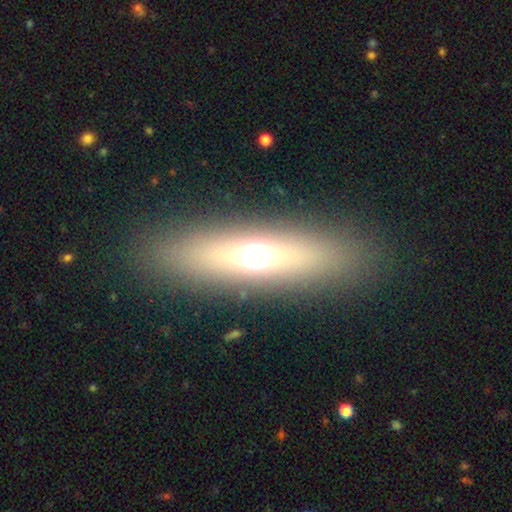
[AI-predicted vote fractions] The model was most divided on "smooth or featured": smooth: 56%, featured or disk: 33%, star or artifact: 11%. More confident: merging — none (88%); how rounded — cigar-shaped (62%).